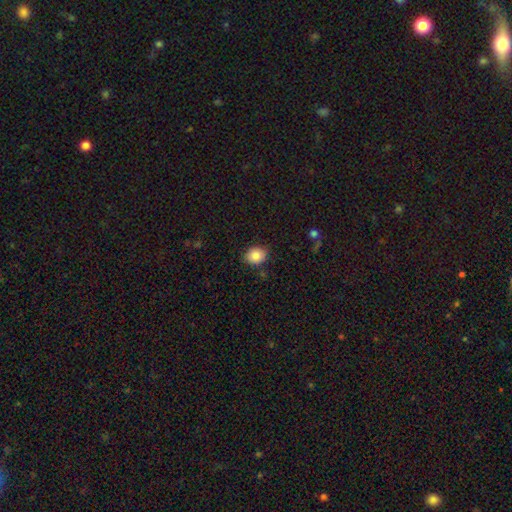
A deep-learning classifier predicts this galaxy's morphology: This is clearly a smooth galaxy (86%). How rounded: possibly round (51%). Merging: clearly none (82%).